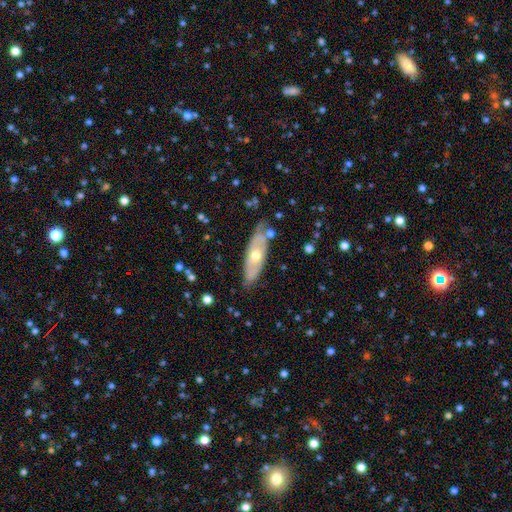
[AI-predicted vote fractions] Q: Smooth or featured?
A: featured or disk (54%); runner-up: smooth (41%)
Q: Edge-on disk?
A: no (68%); runner-up: yes (32%)
Q: Merging?
A: none (73%); runner-up: minor disturbance (19%)